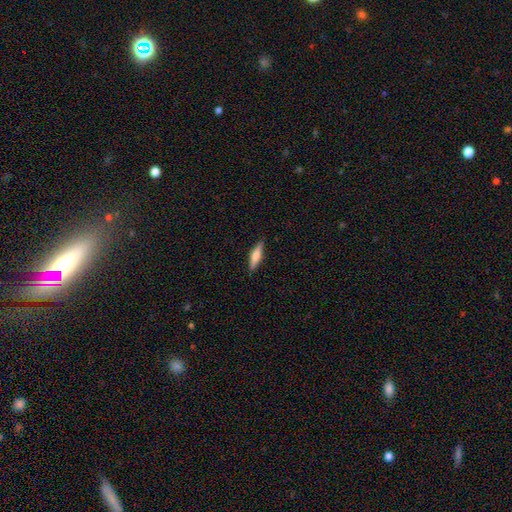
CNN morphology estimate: smooth-or-featured: featured or disk: 48% | smooth: 46% | star or artifact: 6%
  merging: none: 89% | minor disturbance: 8% | major disturbance: 2% | merger: 1%